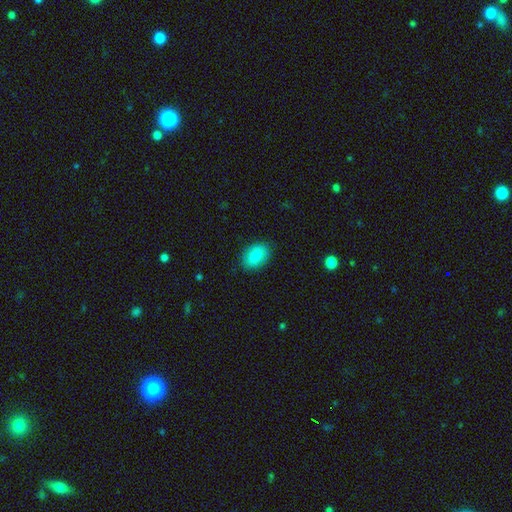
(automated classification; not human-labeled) Smooth or featured? smooth (83%)
How rounded? in between (85%)
Merging? none (87%)